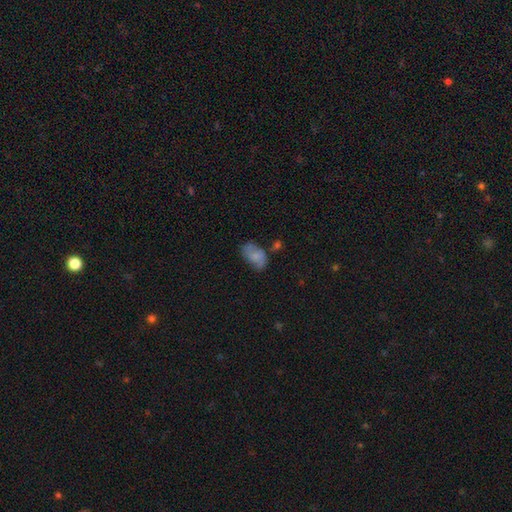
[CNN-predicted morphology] The model was most divided on "merging": none: 53%, minor disturbance: 29%, major disturbance: 10%, merger: 7%. More confident: how rounded — in between (91%); smooth or featured — smooth (69%).